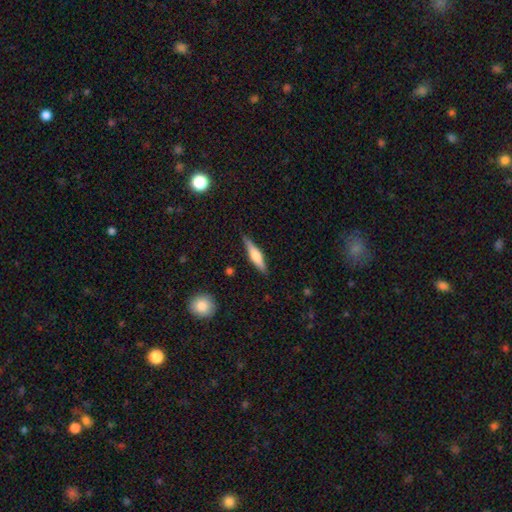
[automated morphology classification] smooth-or-featured: featured or disk: 48% | smooth: 46% | star or artifact: 6%
  merging: none: 86% | minor disturbance: 11% | major disturbance: 2% | merger: 1%